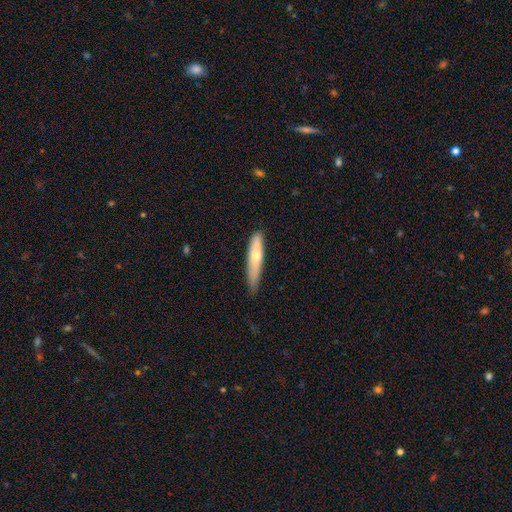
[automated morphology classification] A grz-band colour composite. It shows a smooth galaxy with no disk features (52%) that is cigar-shaped (87%). Merging: none (77%).